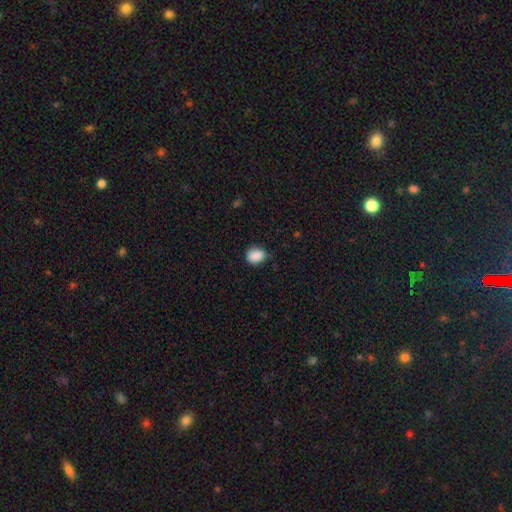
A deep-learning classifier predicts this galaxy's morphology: A smooth galaxy with no disk features (88%) that is in between round and cigar-shaped (54%). Merging: none (67%).